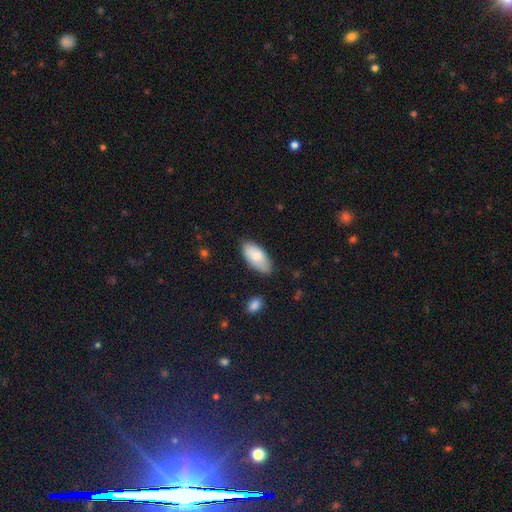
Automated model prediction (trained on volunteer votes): A smooth galaxy with no disk features (81%) that is in between round and cigar-shaped (92%).

Vote fractions:
- Smooth or featured? smooth: 81% / featured or disk: 13% / star or artifact: 6%
- How rounded? in between: 92% / cigar-shaped: 6% / round: 2%
- Merging? none: 76% / minor disturbance: 19% / major disturbance: 3% / merger: 2%